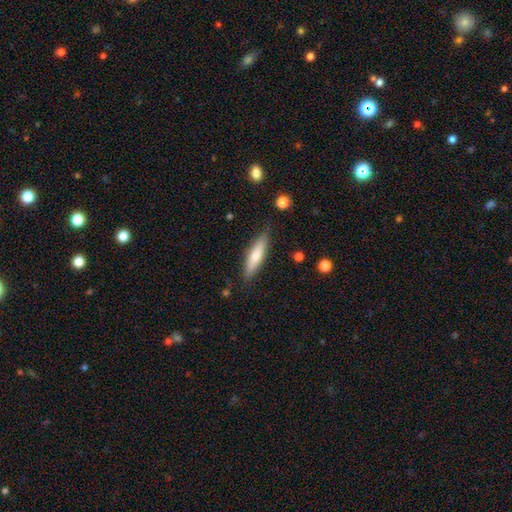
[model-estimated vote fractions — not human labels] Smooth or featured: smooth — 66% (featured or disk — 28%)
How rounded: cigar-shaped — 72% (in between — 27%)
Merging: none — 85% (minor disturbance — 11%)